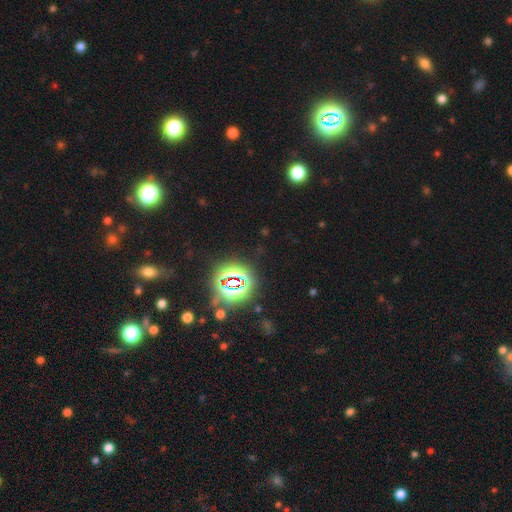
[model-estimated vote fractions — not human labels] Smooth or featured: star or artifact — 77% (smooth — 15%)